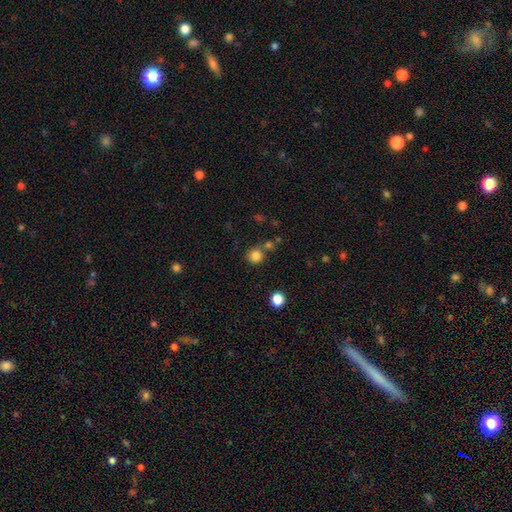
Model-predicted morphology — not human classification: Q: Smooth or featured?
A: smooth (82%); runner-up: star or artifact (13%)
Q: How rounded?
A: round (91%); runner-up: in between (8%)
Q: Merging?
A: none (74%); runner-up: merger (13%)